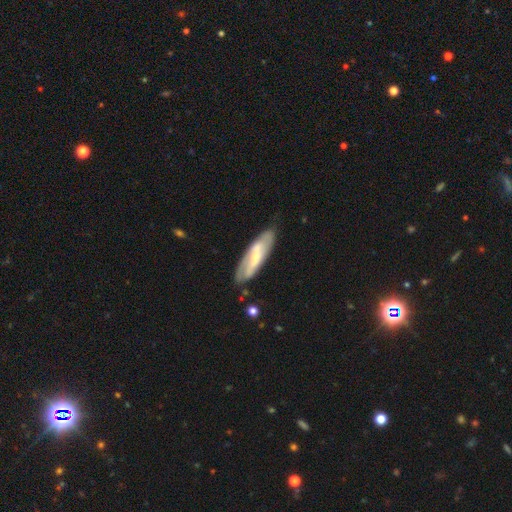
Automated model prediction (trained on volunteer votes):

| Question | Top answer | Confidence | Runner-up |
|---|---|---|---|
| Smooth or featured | featured or disk | 53% | smooth (41%) |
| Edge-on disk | no | 71% | yes (29%) |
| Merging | none | 73% | minor disturbance (19%) |